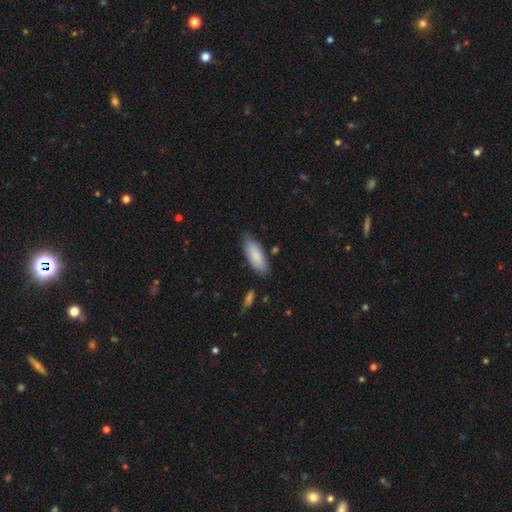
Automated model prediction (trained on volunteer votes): Smooth or featured?
  - smooth: 86% *
  - featured or disk: 9%
  - star or artifact: 6%
How rounded?
  - in between: 75% *
  - cigar-shaped: 24%
  - round: 2%
Merging?
  - none: 78% *
  - minor disturbance: 17%
  - major disturbance: 3%
  - merger: 3%